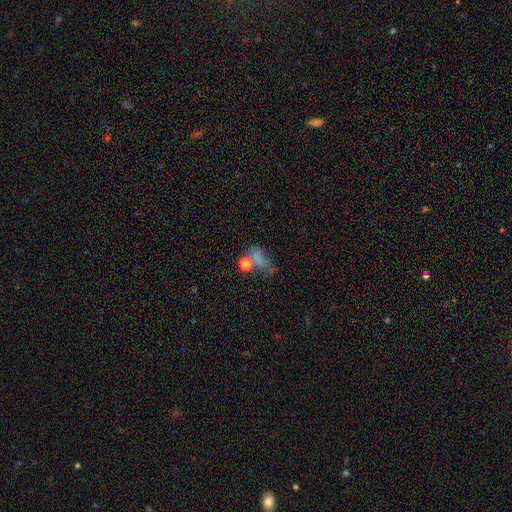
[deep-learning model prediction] Smooth or featured?
  - smooth: 49% *
  - star or artifact: 29%
  - featured or disk: 22%
Merging?
  - none: 33% *
  - major disturbance: 26%
  - merger: 25%
  - minor disturbance: 17%